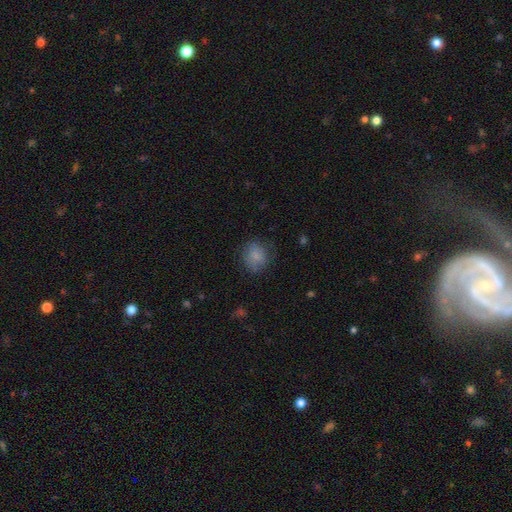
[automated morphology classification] Smooth or featured: smooth — 80% (star or artifact — 10%)
How rounded: round — 76% (in between — 23%)
Merging: none — 74% (minor disturbance — 18%)